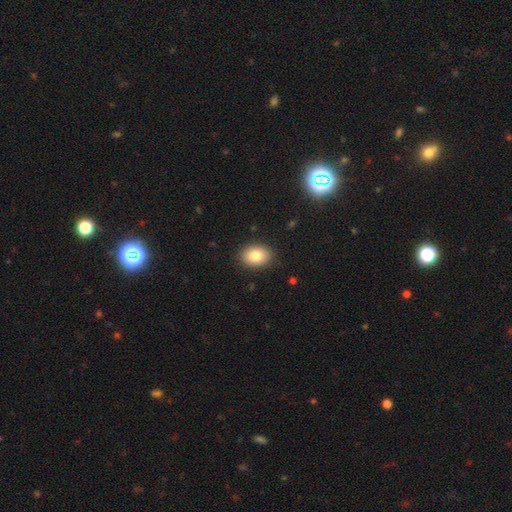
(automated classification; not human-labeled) Smooth or featured? smooth (82%)
How rounded? in between (67%)
Merging? none (88%)